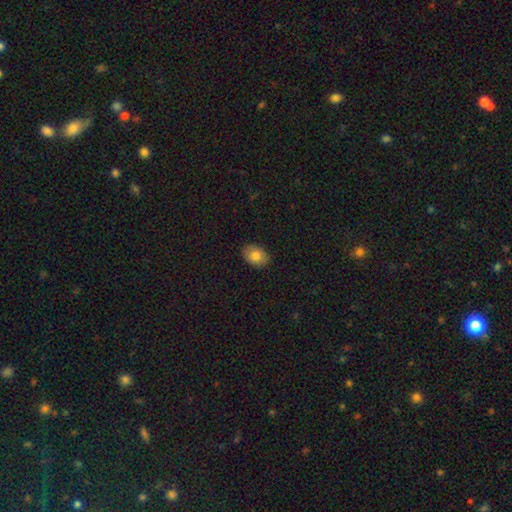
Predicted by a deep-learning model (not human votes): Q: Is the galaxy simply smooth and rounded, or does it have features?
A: smooth — 80%.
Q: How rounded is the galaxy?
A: in between — 80%.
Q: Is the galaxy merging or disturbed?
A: none — 87%.